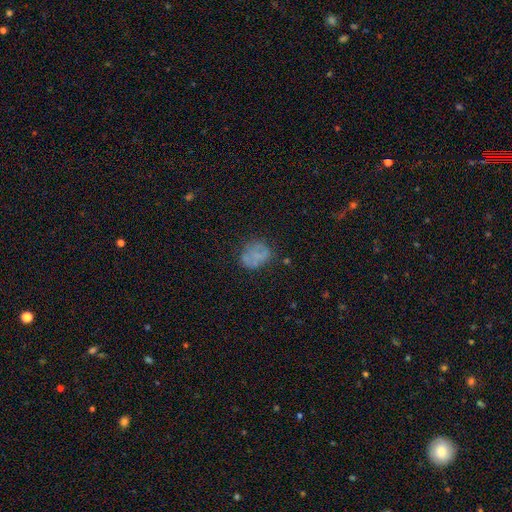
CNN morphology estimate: This is possibly a smooth galaxy (54%). How rounded: possibly round (55%). Merging: possibly none (60%).